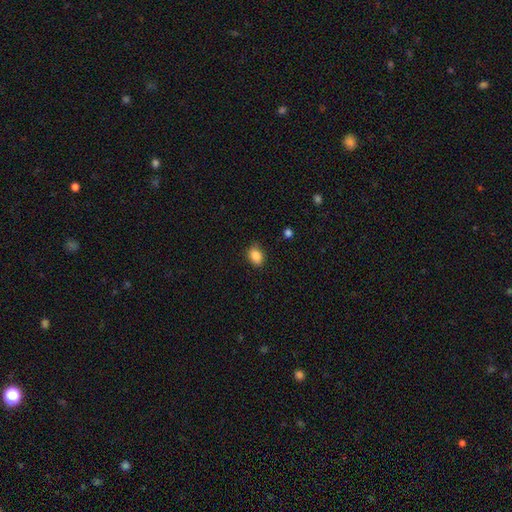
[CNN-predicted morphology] Overall: smooth (87%). How rounded: in between (68%; round 31%). Merging: none (83%).